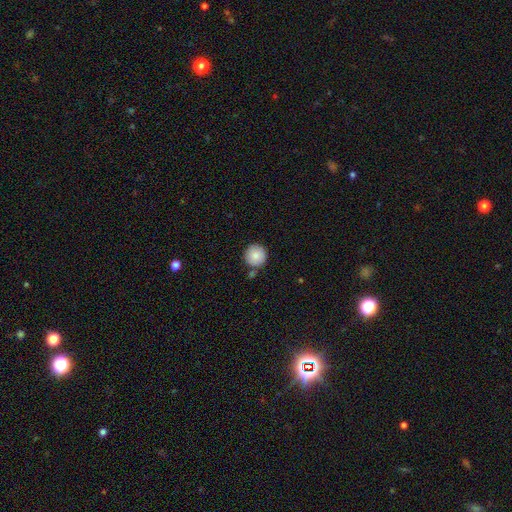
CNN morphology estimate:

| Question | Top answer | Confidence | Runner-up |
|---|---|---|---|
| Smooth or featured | smooth | 86% | star or artifact (7%) |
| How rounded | round | 95% | in between (4%) |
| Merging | none | 80% | minor disturbance (10%) |